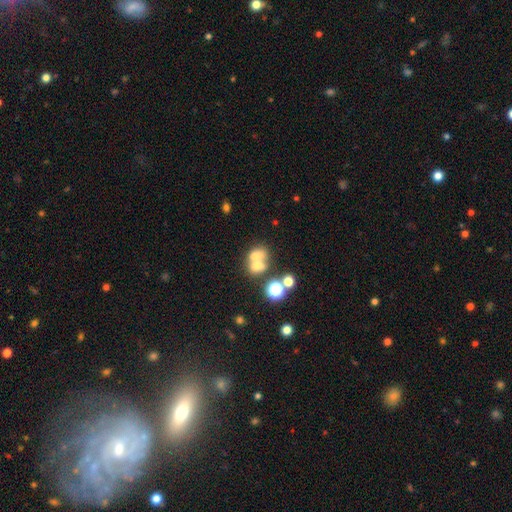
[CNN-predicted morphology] Smooth or featured? Predicted: smooth (p=0.60). How rounded? Predicted: in between (p=0.54). Merging? Predicted: merger (p=0.61).